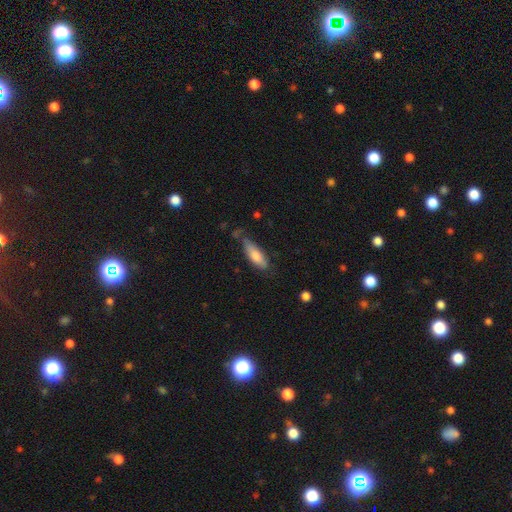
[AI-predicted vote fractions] Q: Smooth or featured?
A: smooth (76%); runner-up: featured or disk (18%)
Q: How rounded?
A: in between (61%); runner-up: cigar-shaped (37%)
Q: Merging?
A: none (59%); runner-up: minor disturbance (29%)